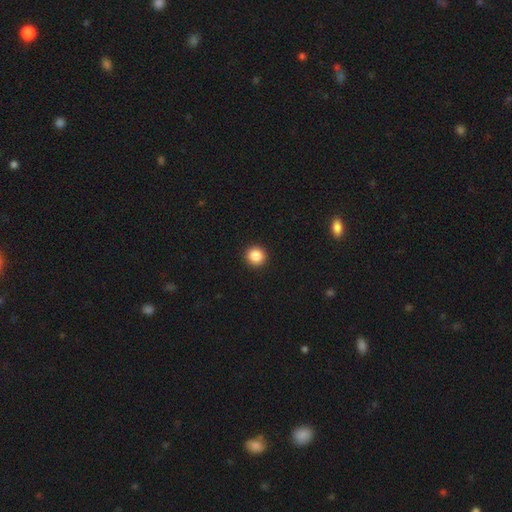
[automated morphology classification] type=smooth (87%); roundness=round (95%); merging=none (93%).